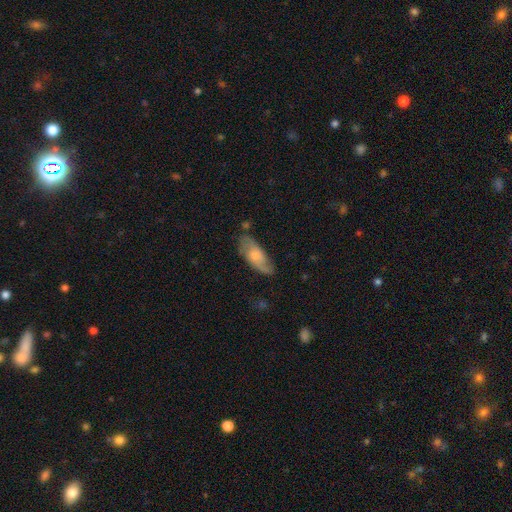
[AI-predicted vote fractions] smooth 49%, featured or disk 45%, star or artifact 6%. Down the decision tree: merging — none (69%).